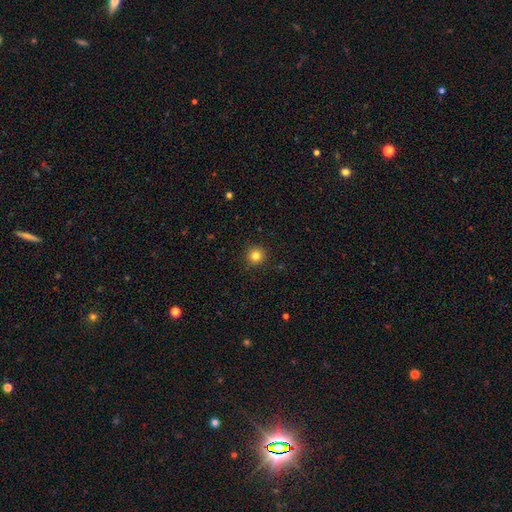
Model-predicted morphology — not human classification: smooth-or-featured: smooth: 82% | star or artifact: 12% | featured or disk: 5%
  how-rounded: round: 95% | in between: 4% | cigar-shaped: 1%
  merging: none: 92% | minor disturbance: 5% | major disturbance: 2% | merger: 1%